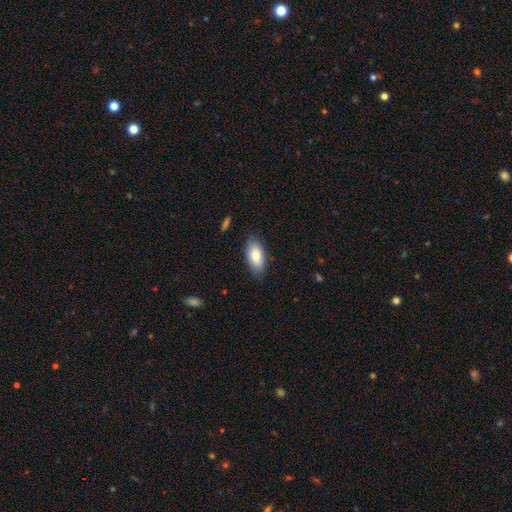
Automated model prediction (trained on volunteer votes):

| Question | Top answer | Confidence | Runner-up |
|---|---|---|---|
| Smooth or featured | smooth | 82% | featured or disk (12%) |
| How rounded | in between | 90% | cigar-shaped (7%) |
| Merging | none | 81% | minor disturbance (15%) |